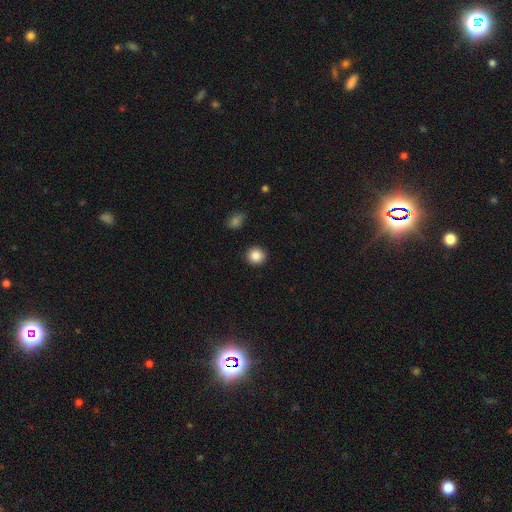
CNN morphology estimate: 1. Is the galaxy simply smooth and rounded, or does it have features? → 86% smooth, 9% star or artifact, 4% featured or disk.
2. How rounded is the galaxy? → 92% round, 7% in between, 1% cigar-shaped.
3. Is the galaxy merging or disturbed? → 91% none, 5% minor disturbance, 2% major disturbance, 1% merger.